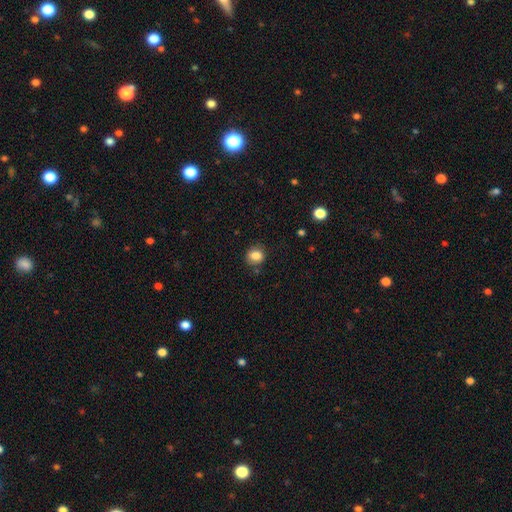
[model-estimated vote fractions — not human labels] A smooth galaxy with no disk features (83%) that is round (63%).

Vote fractions:
- Smooth or featured? smooth: 83% / star or artifact: 10% / featured or disk: 7%
- How rounded? round: 63% / in between: 36% / cigar-shaped: 1%
- Merging? none: 80% / minor disturbance: 13% / major disturbance: 4% / merger: 3%